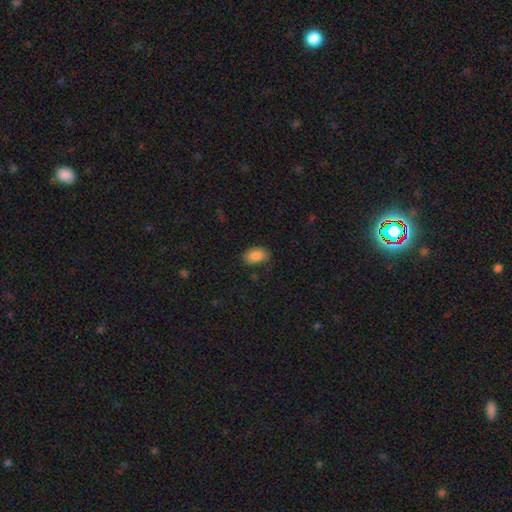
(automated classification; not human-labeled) This appears to be a smooth galaxy with no disk features (87%) that is in between round and cigar-shaped (91%). Merging: none (80%).